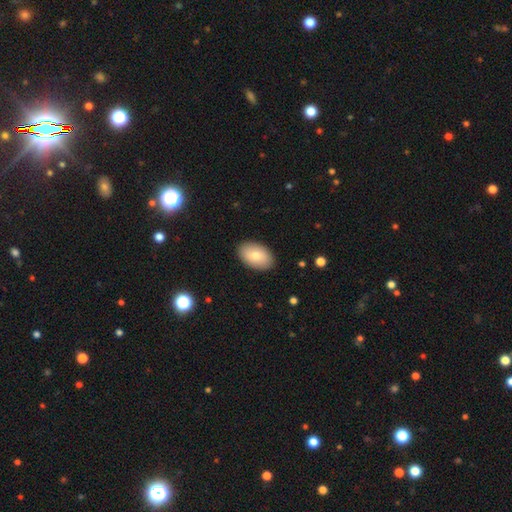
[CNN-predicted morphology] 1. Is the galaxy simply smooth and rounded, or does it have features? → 76% smooth, 18% featured or disk, 6% star or artifact.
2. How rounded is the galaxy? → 93% in between, 6% round, 1% cigar-shaped.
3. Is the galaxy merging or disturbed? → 89% none, 8% minor disturbance, 2% major disturbance, 1% merger.